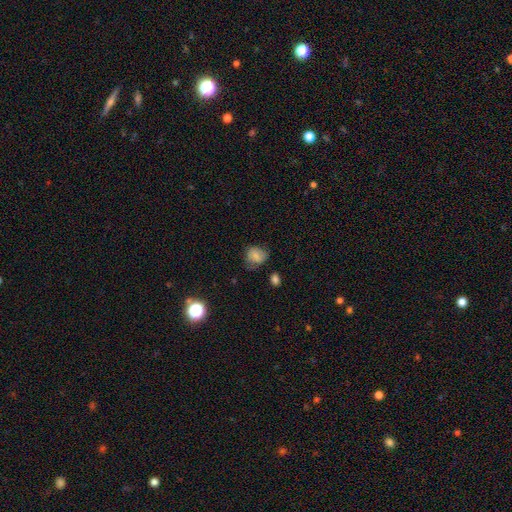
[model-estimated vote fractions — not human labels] The model was most divided on "how rounded": round: 61%, in between: 38%, cigar-shaped: 1%. More confident: smooth or featured — smooth (75%); merging — none (58%).